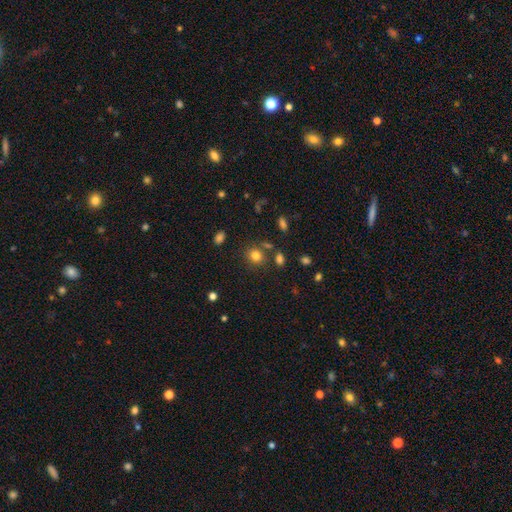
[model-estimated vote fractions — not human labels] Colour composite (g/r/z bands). It shows a smooth galaxy with no disk features (79%) that is round (76%). Merging: none (77%).